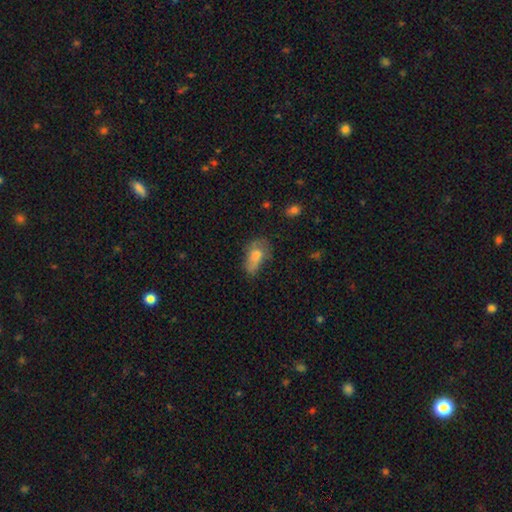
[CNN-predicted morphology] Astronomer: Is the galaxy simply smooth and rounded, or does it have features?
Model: smooth — 65%.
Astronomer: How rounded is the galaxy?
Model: in between — 85%.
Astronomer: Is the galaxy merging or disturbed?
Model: none — 41% (runner-up: minor disturbance, 33%).